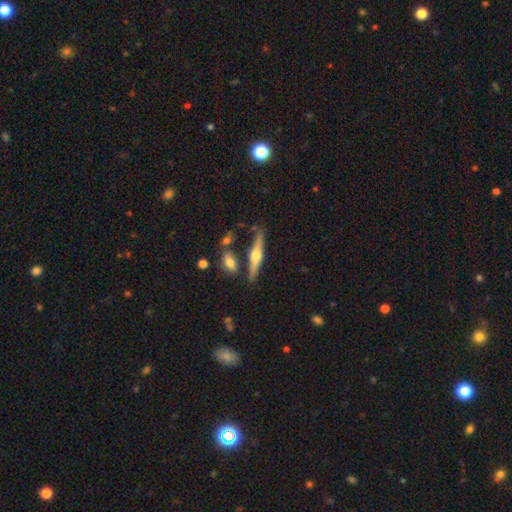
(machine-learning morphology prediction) Overall: featured or disk (67%; smooth 28%). Edge-on disk: yes (96%). Edge-on bulge: rounded (93%). Merging: none (77%).